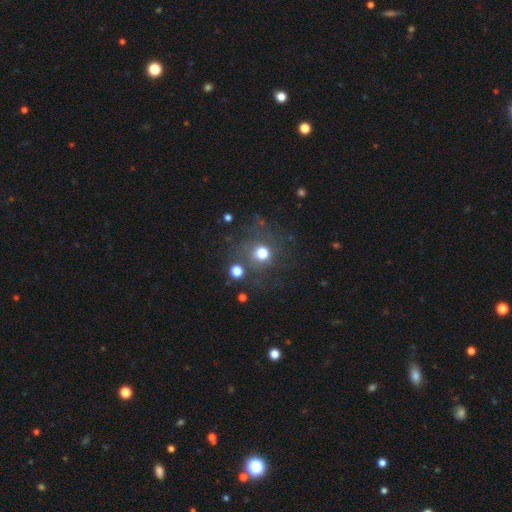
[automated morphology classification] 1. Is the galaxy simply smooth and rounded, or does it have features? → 43% smooth, 40% star or artifact, 16% featured or disk.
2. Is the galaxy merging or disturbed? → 76% none, 10% minor disturbance, 7% major disturbance, 7% merger.